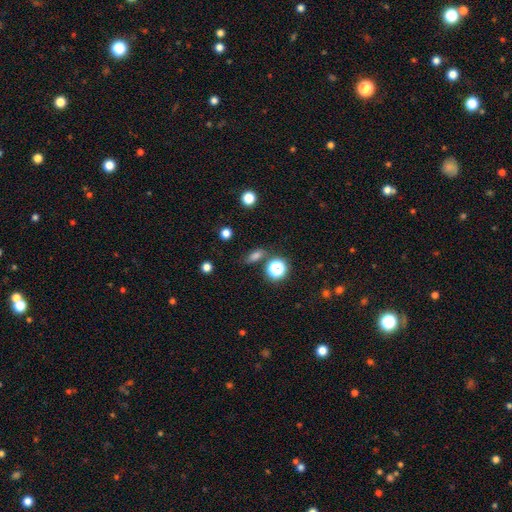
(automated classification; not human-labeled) smooth 71%, star or artifact 20%, featured or disk 9%. Down the decision tree: how rounded — in between (64%); merging — none (75%).